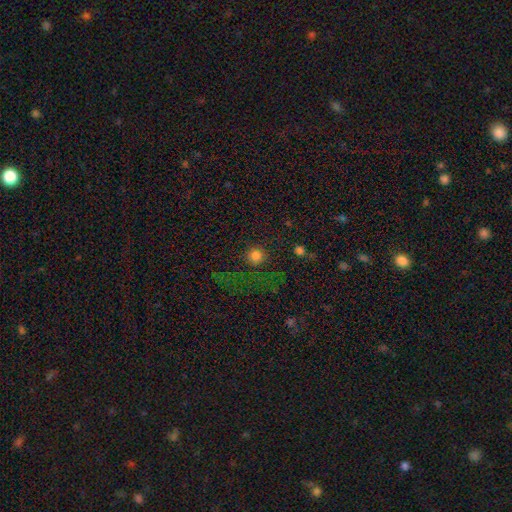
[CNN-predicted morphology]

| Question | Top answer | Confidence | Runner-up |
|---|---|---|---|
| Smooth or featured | smooth | 82% | star or artifact (13%) |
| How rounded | round | 95% | in between (4%) |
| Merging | none | 85% | minor disturbance (7%) |